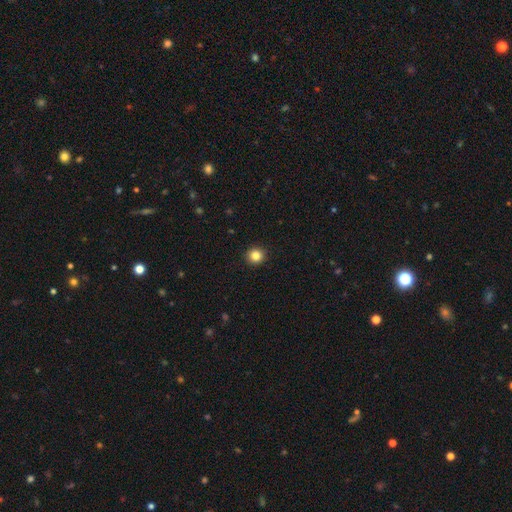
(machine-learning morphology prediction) smooth-or-featured: smooth: 84% | star or artifact: 11% | featured or disk: 5%
  how-rounded: round: 92% | in between: 7% | cigar-shaped: 1%
  merging: none: 93% | minor disturbance: 4% | major disturbance: 2% | merger: 1%